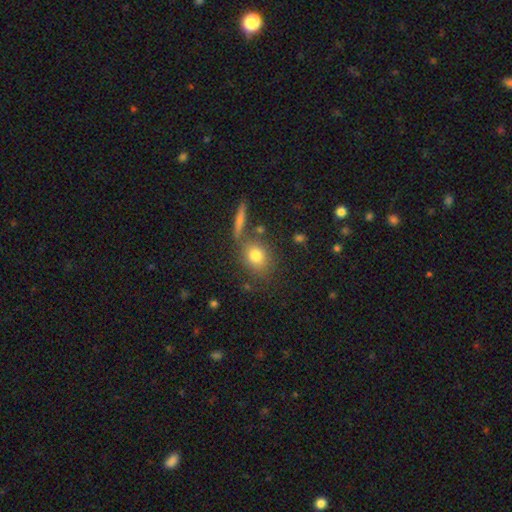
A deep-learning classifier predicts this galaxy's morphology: Smooth or featured: smooth — 77% (featured or disk — 12%)
How rounded: round — 52% (in between — 45%)
Merging: none — 69% (minor disturbance — 13%)